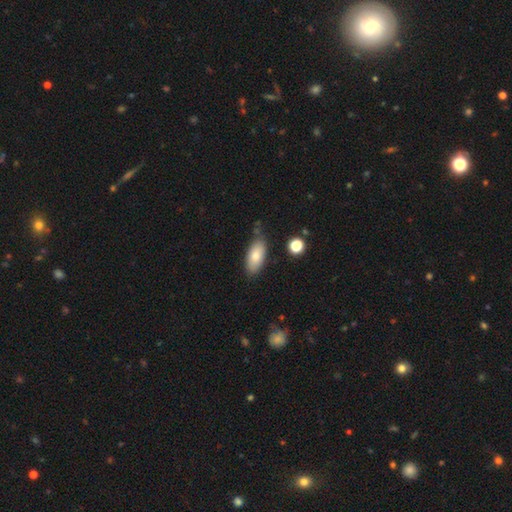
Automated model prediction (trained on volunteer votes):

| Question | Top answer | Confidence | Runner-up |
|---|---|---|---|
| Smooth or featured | smooth | 79% | featured or disk (14%) |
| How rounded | in between | 89% | cigar-shaped (8%) |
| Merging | none | 73% | minor disturbance (18%) |